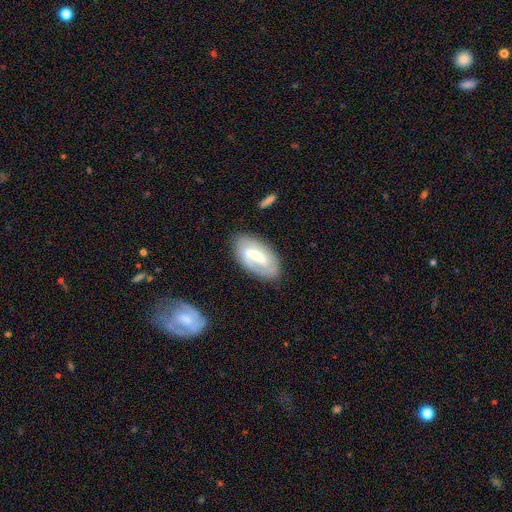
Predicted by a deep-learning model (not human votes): Morphology: type=featured or disk (60%); edge-on=no (92%); bar=weak (44%); spiral arms=yes (66%); bulge=moderate (46%); merging=none (75%).